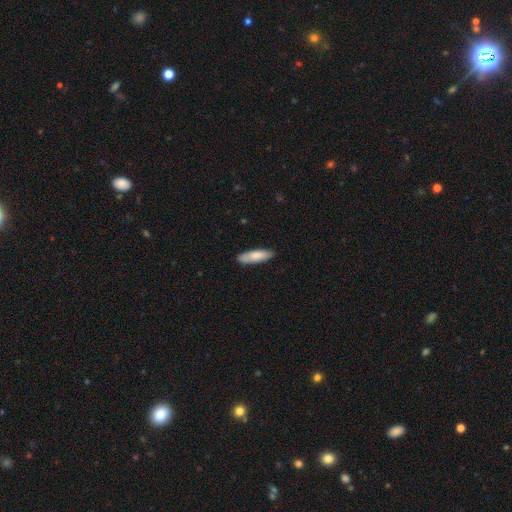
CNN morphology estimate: The model was most divided on "how rounded": cigar-shaped: 56%, in between: 43%, round: 1%. More confident: merging — none (84%); smooth or featured — smooth (82%).